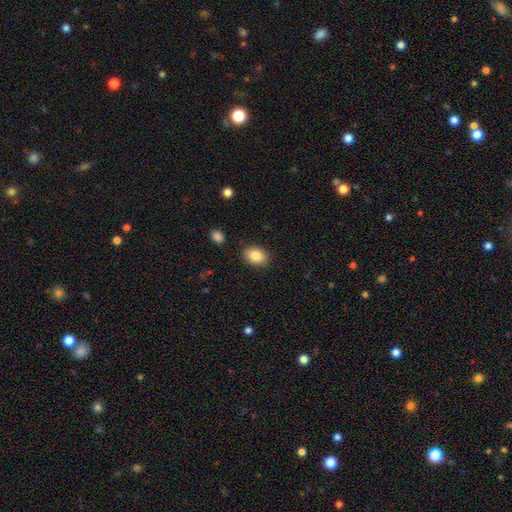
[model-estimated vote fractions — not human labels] Q: Smooth or featured?
A: smooth (85%); runner-up: star or artifact (8%)
Q: How rounded?
A: in between (77%); runner-up: round (22%)
Q: Merging?
A: none (88%); runner-up: minor disturbance (9%)